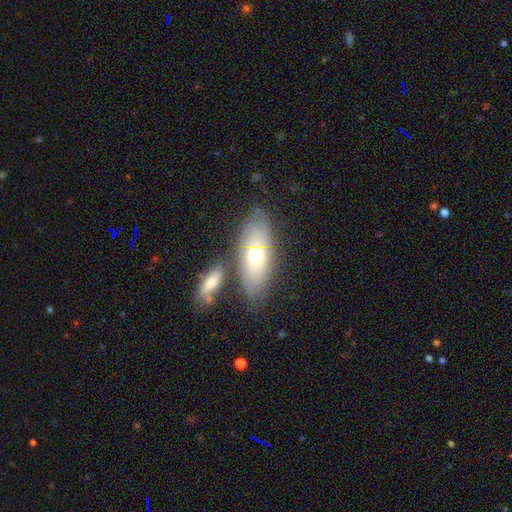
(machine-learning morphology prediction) smooth-or-featured: smooth: 61% | featured or disk: 32% | star or artifact: 7%
  how-rounded: in between: 83% | cigar-shaped: 13% | round: 4%
  merging: none: 69% | minor disturbance: 14% | merger: 12% | major disturbance: 5%